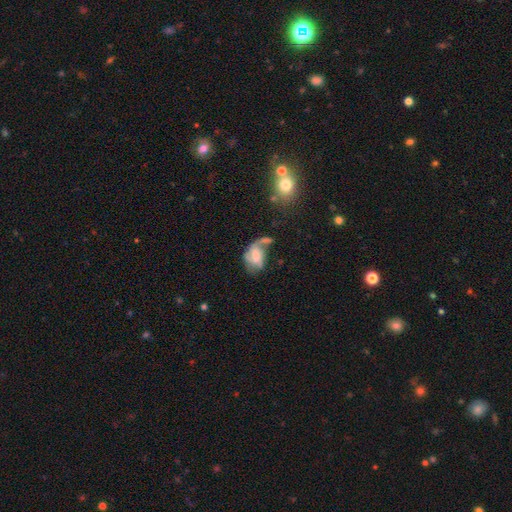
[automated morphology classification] featured or disk 51%, smooth 40%, star or artifact 10%. Down the decision tree: edge-on disk — no (96%); merging — major disturbance (35%).